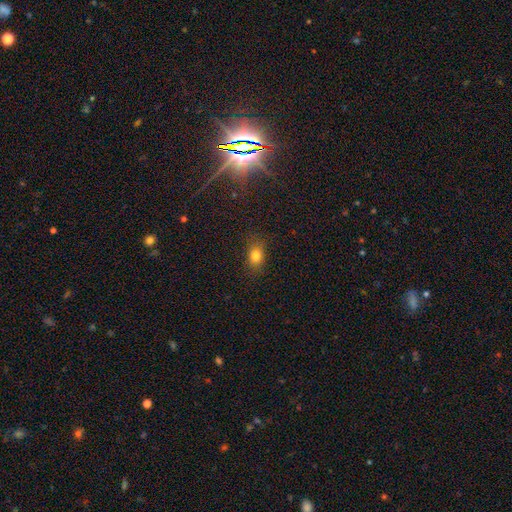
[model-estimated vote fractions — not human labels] Smooth or featured? Predicted: smooth (p=0.79). How rounded? Predicted: in between (p=0.61). Merging? Predicted: none (p=0.82).